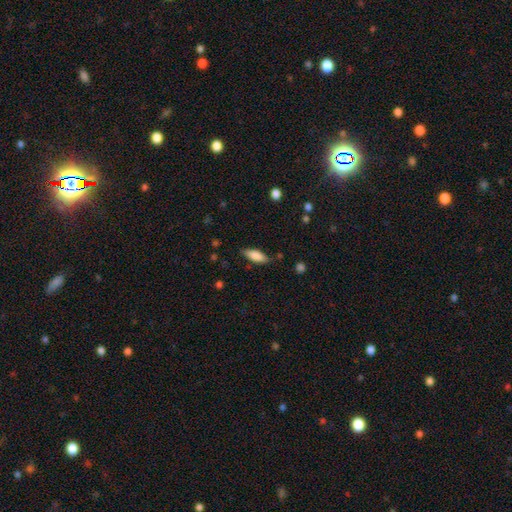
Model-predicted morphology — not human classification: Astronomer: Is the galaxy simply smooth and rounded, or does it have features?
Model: smooth — 80%.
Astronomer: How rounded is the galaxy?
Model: in between — 68%.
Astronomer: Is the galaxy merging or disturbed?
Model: none — 80%.